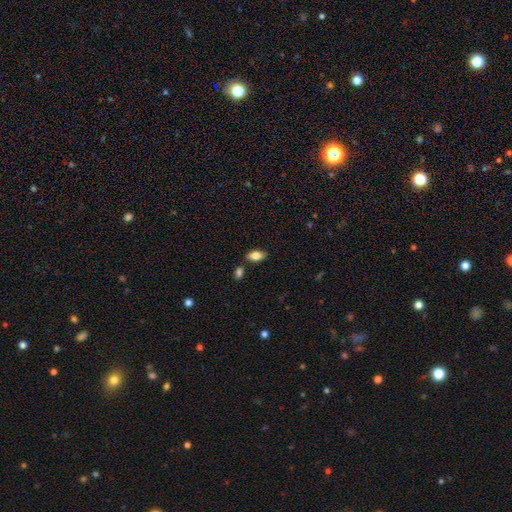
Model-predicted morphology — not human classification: A smooth galaxy with no disk features (82%) that is in between round and cigar-shaped (92%). Merging: none (78%).